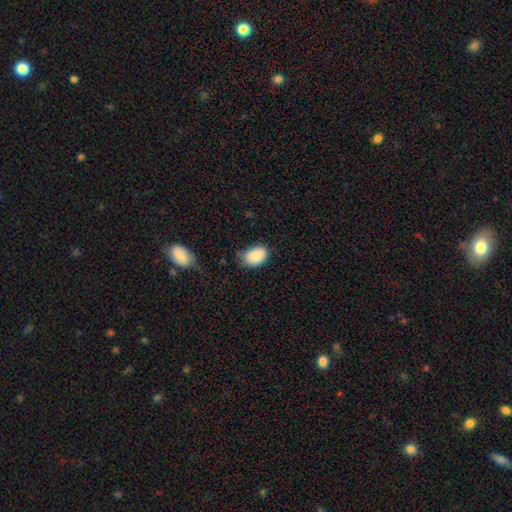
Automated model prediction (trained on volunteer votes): Morphology: type=smooth (88%); roundness=in between (82%); merging=none (69%).